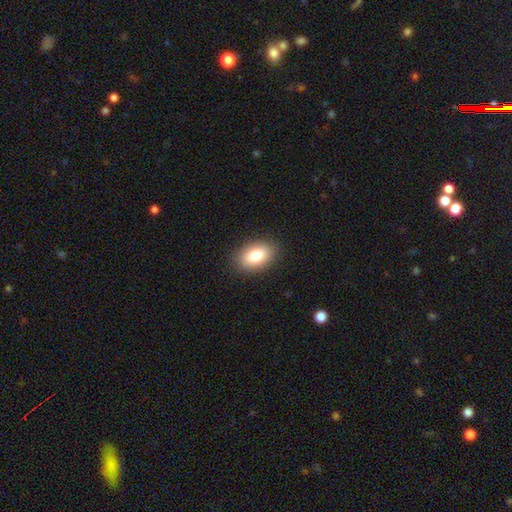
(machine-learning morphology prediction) Smooth or featured? smooth (80%)
How rounded? in between (88%)
Merging? none (88%)